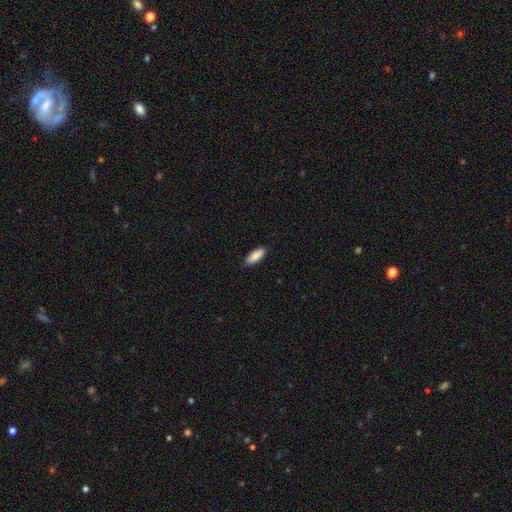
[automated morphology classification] Smooth or featured? smooth (88%)
How rounded? in between (77%)
Merging? none (85%)